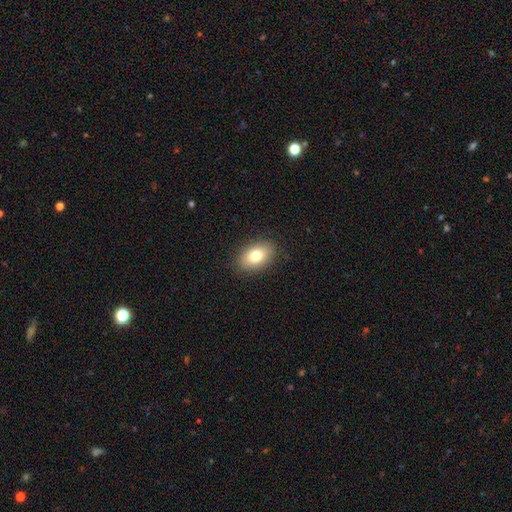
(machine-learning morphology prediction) Smooth or featured: smooth — 79% (featured or disk — 12%)
How rounded: in between — 87% (round — 11%)
Merging: none — 87% (minor disturbance — 9%)